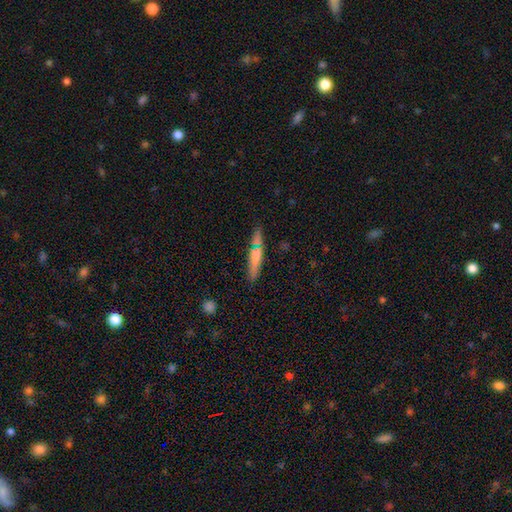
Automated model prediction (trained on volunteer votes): A smooth galaxy with no disk features (67%) that is cigar-shaped (83%). Merging: none (81%).